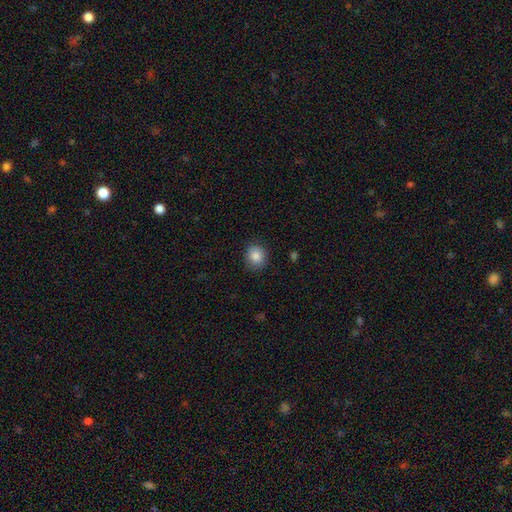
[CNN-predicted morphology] Smooth or featured: smooth — 86% (star or artifact — 9%)
How rounded: round — 77% (in between — 22%)
Merging: none — 87% (minor disturbance — 10%)